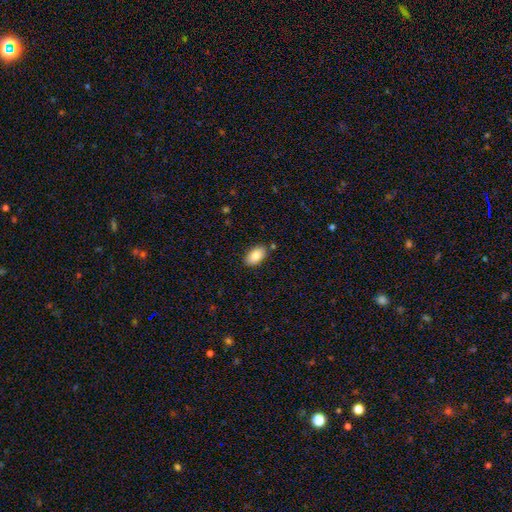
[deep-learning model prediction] smooth 85%, featured or disk 8%, star or artifact 7%. Down the decision tree: how rounded — in between (94%); merging — none (85%).